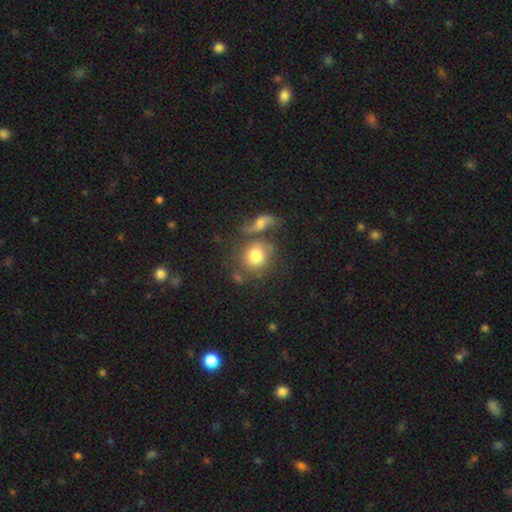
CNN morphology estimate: smooth_or_featured: smooth (p=0.72) [alt: featured or disk p=0.19]
how_rounded: round (p=0.82) [alt: in between p=0.16]
merging: none (p=0.52) [alt: merger p=0.28]